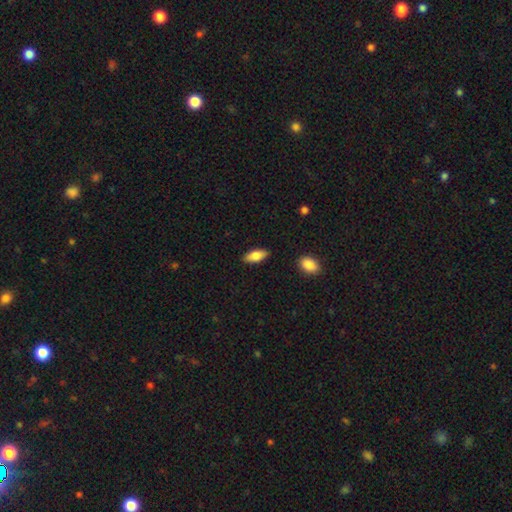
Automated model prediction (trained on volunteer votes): Smooth or featured? Predicted: smooth (p=0.81). How rounded? Predicted: in between (p=0.84). Merging? Predicted: none (p=0.87).